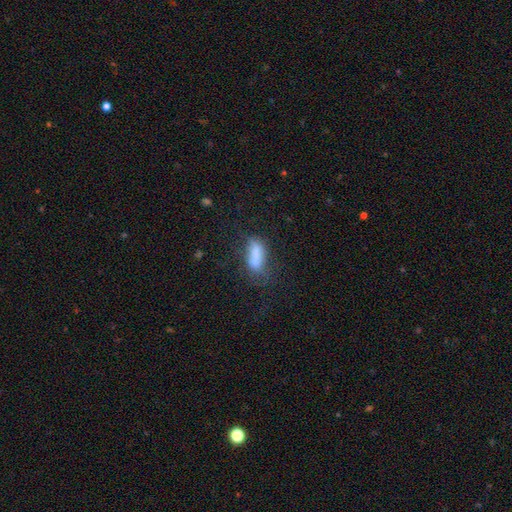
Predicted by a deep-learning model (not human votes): The model was most divided on "merging": none: 45%, minor disturbance: 28%, major disturbance: 23%, merger: 5%. More confident: how rounded — in between (74%); smooth or featured — smooth (74%).